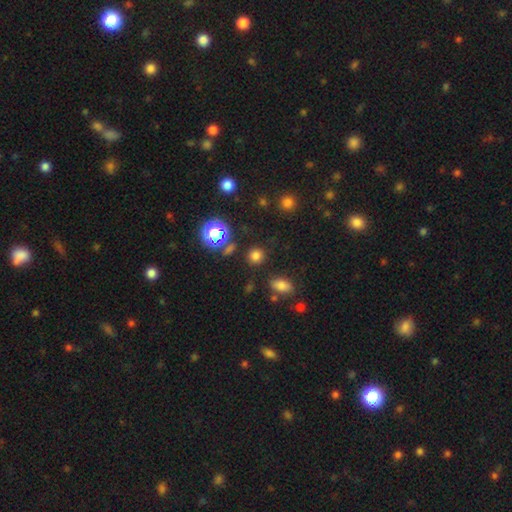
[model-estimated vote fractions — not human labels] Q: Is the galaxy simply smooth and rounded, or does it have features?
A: smooth — 73%.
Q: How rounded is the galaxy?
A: round — 86%.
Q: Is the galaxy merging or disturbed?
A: none — 85%.